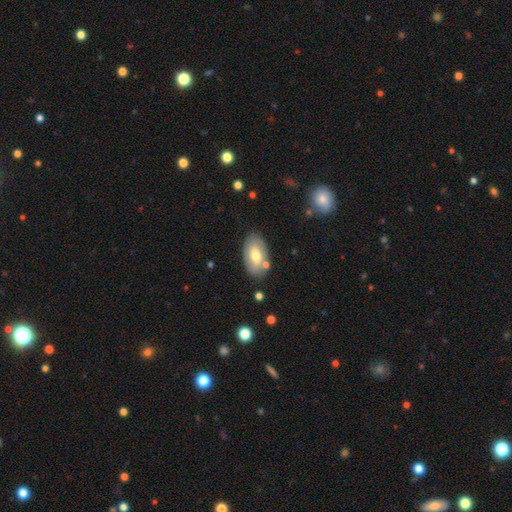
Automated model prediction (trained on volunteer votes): This appears to be a smooth galaxy with no disk features (61%) that is in between round and cigar-shaped (93%). Merging: none (76%).